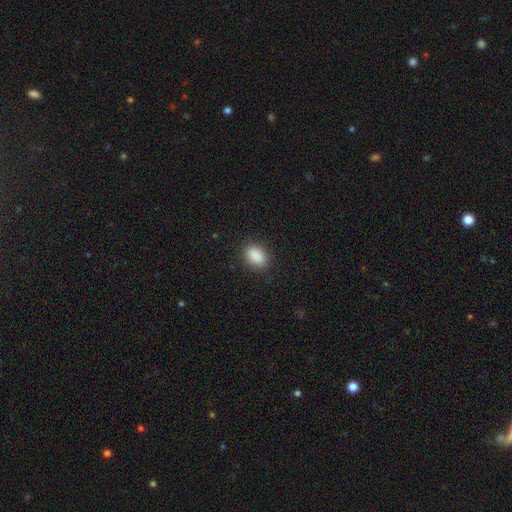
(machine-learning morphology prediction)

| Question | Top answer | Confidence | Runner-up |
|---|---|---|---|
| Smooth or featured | smooth | 89% | star or artifact (8%) |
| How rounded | in between | 78% | round (20%) |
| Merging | none | 87% | minor disturbance (9%) |